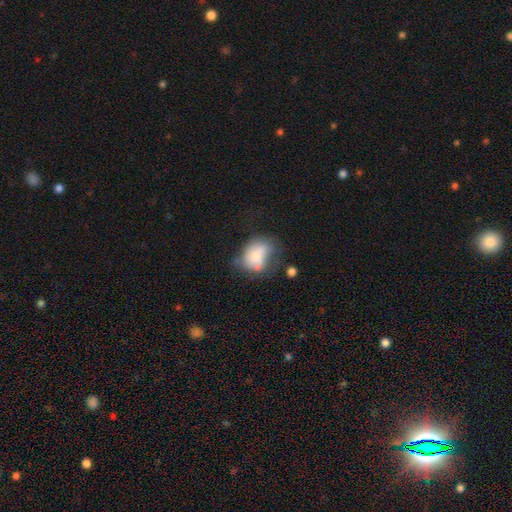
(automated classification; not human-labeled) Smooth or featured?
  - smooth: 65% *
  - featured or disk: 26%
  - star or artifact: 9%
How rounded?
  - in between: 62% *
  - round: 37%
  - cigar-shaped: 1%
Merging?
  - none: 32% *
  - minor disturbance: 31%
  - major disturbance: 23%
  - merger: 14%